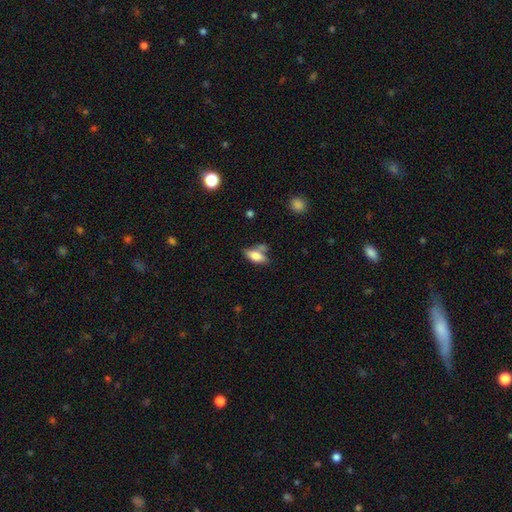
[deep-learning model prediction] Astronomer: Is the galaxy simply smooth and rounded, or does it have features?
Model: smooth — 70%.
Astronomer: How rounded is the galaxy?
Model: in between — 78%.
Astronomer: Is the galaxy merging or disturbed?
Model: none — 54%.